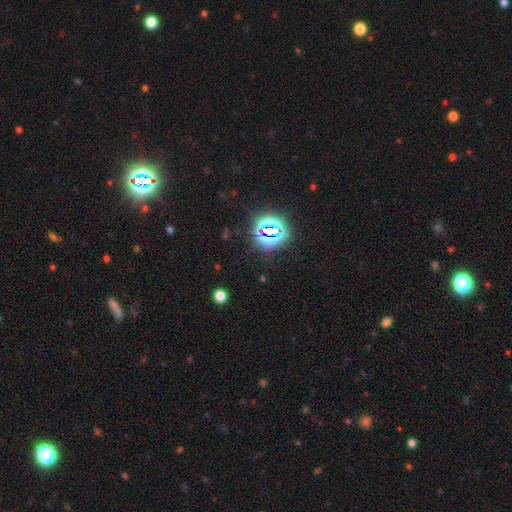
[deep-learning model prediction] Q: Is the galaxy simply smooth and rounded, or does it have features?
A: star or artifact — 77%.